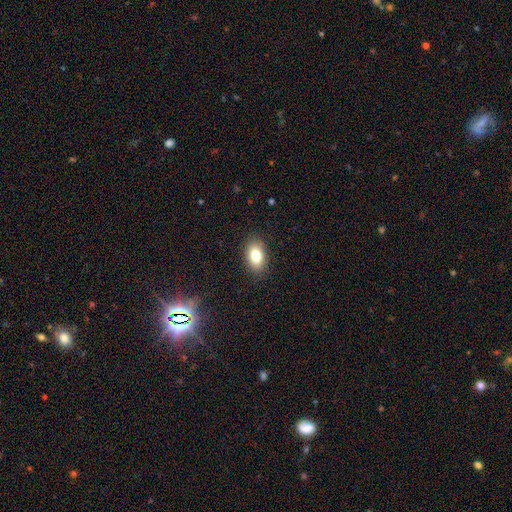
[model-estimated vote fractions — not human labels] The model was most divided on "smooth or featured": smooth: 81%, featured or disk: 10%, star or artifact: 9%. More confident: merging — none (88%); how rounded — in between (86%).